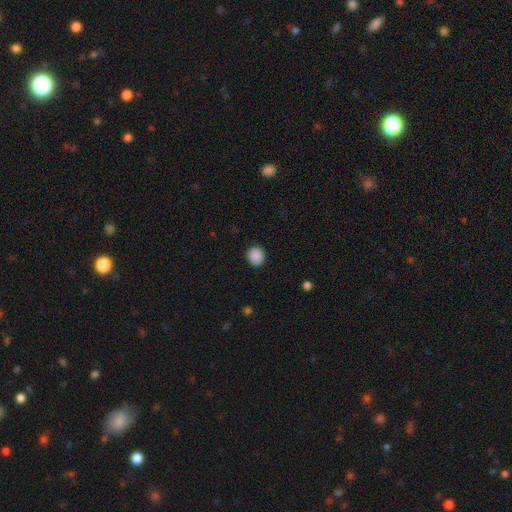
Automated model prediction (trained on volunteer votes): Morphology: type=smooth (89%); roundness=round (84%); merging=none (91%).